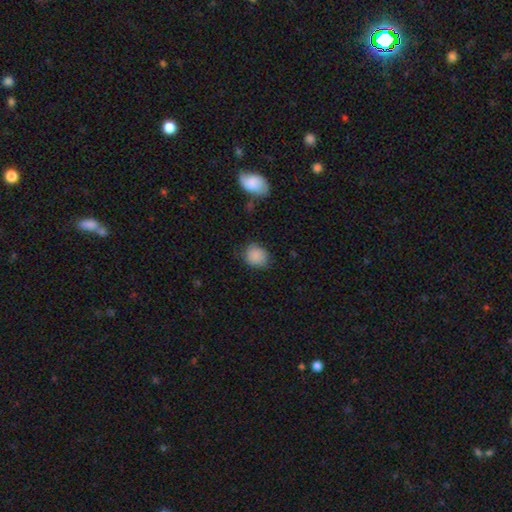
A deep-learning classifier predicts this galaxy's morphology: A smooth galaxy with no disk features (87%) that is round (67%).

Vote fractions:
- Smooth or featured? smooth: 87% / star or artifact: 9% / featured or disk: 4%
- How rounded? round: 67% / in between: 32% / cigar-shaped: 1%
- Merging? none: 78% / minor disturbance: 16% / major disturbance: 4% / merger: 2%